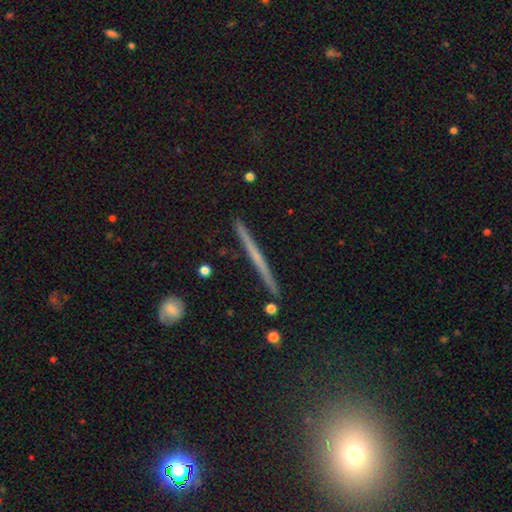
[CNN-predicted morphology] Smooth or featured: featured or disk — 59% (smooth — 33%)
Edge-on disk: yes — 98% (no — 2%)
Edge-on bulge: none — 83% (rounded — 13%)
Merging: none — 91% (minor disturbance — 6%)